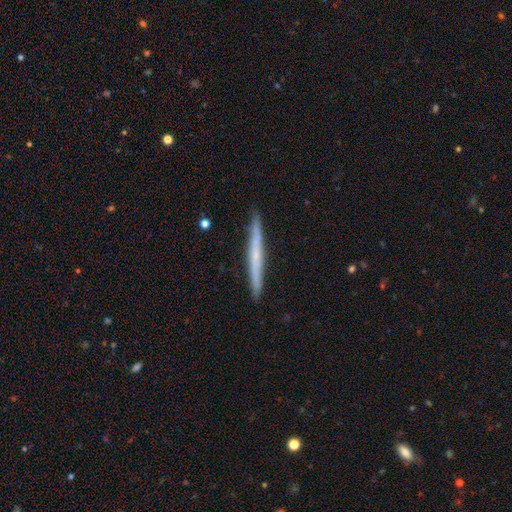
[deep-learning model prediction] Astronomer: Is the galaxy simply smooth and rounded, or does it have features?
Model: featured or disk — 49% (runner-up: smooth, 45%).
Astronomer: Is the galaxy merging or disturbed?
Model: none — 92%.